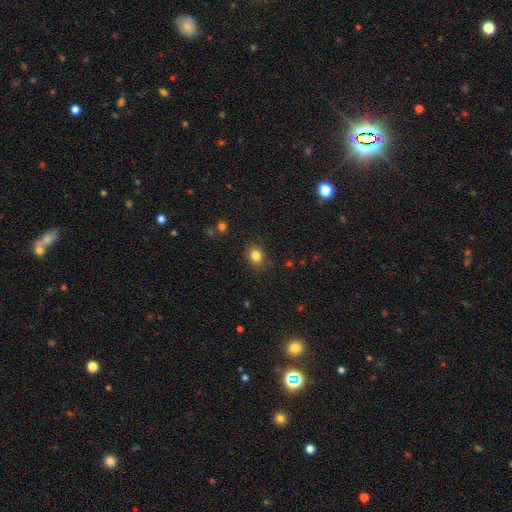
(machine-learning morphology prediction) smooth-or-featured: smooth: 83% | star or artifact: 11% | featured or disk: 6%
  how-rounded: round: 50% | in between: 49% | cigar-shaped: 1%
  merging: none: 83% | minor disturbance: 12% | major disturbance: 3% | merger: 2%